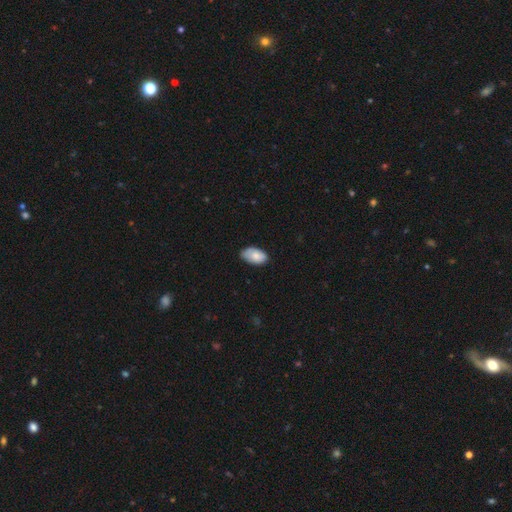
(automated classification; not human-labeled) The model was most divided on "merging": none: 71%, minor disturbance: 25%, major disturbance: 4%, merger: 1%. More confident: how rounded — in between (95%); smooth or featured — smooth (80%).